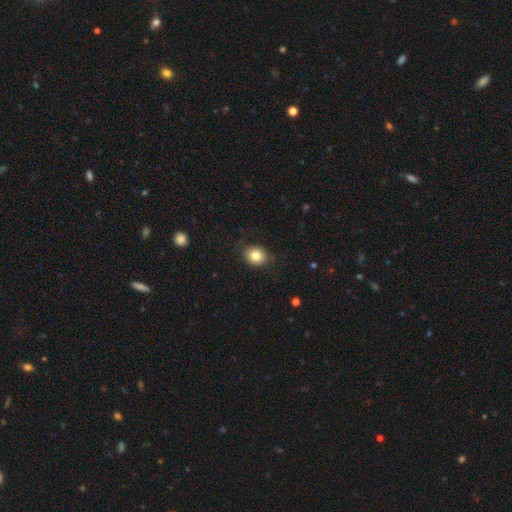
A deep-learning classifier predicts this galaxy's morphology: This appears to be a smooth galaxy with no disk features (82%) that is round (61%). Merging: none (81%).